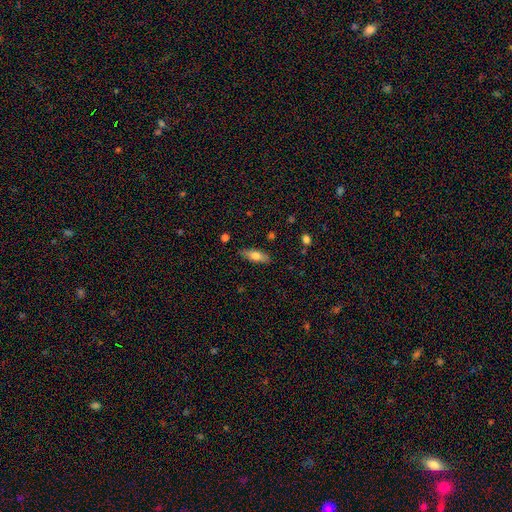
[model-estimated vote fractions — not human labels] A smooth galaxy with no disk features (69%) that is in between round and cigar-shaped (62%). Merging: none (84%).